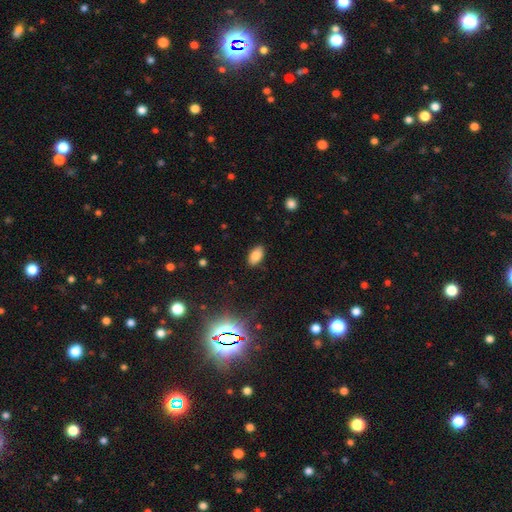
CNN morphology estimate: smooth-or-featured: smooth: 83% | star or artifact: 11% | featured or disk: 7%
  how-rounded: in between: 93% | round: 5% | cigar-shaped: 2%
  merging: none: 88% | minor disturbance: 9% | major disturbance: 2% | merger: 1%